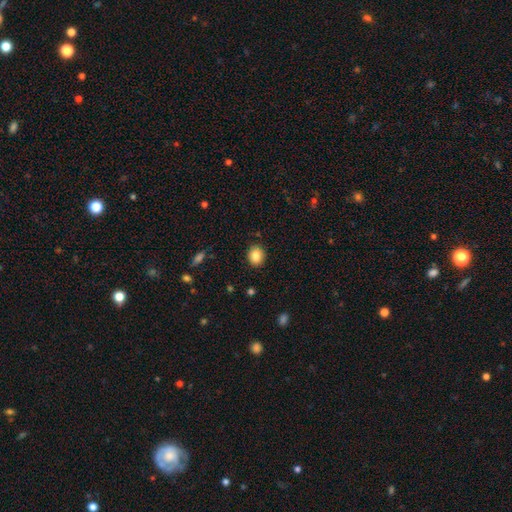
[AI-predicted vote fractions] This is clearly a smooth galaxy (86%). How rounded: possibly round (59%). Merging: clearly none (88%).